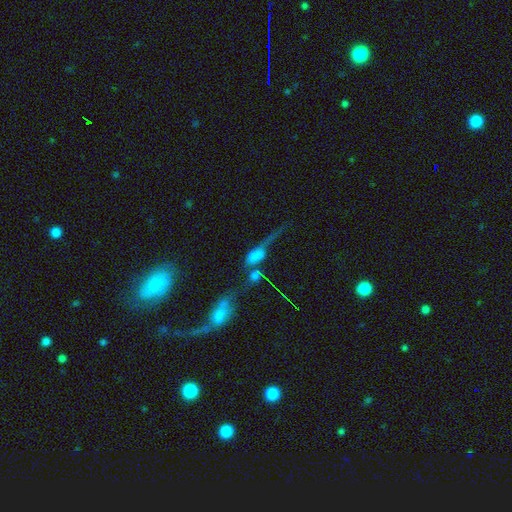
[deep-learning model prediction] A smooth galaxy with no disk features (44%).

Vote fractions:
- Smooth or featured? smooth: 44% / featured or disk: 37% / star or artifact: 19%
- Merging? merger: 47% / major disturbance: 23% / none: 18% / minor disturbance: 11%